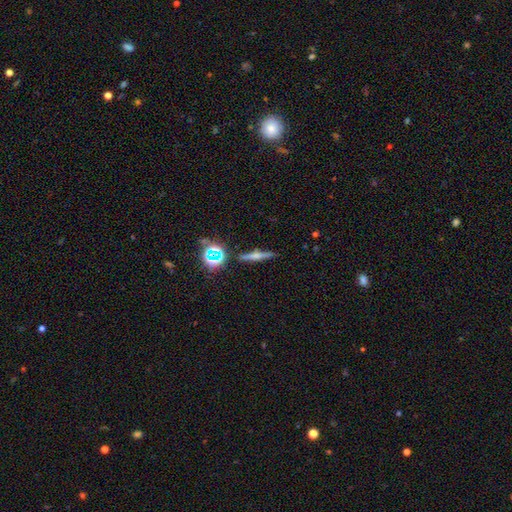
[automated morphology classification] Smooth or featured: featured or disk — 43% (smooth — 41%)
Merging: none — 86% (minor disturbance — 9%)